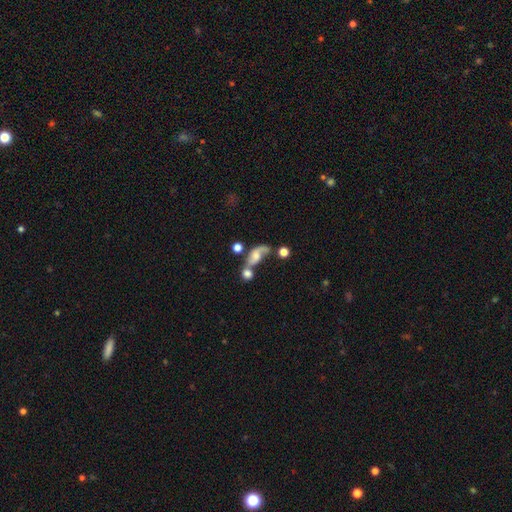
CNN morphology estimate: Smooth or featured? Predicted: featured or disk (p=0.53). Edge-on disk? Predicted: no (p=0.93). Merging? Predicted: merger (p=0.41).